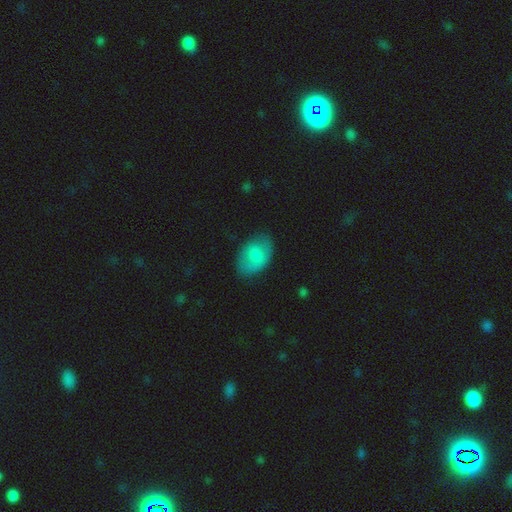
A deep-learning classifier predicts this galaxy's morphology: Smooth or featured: smooth — 72% (featured or disk — 22%)
How rounded: in between — 88% (round — 11%)
Merging: none — 75% (minor disturbance — 18%)